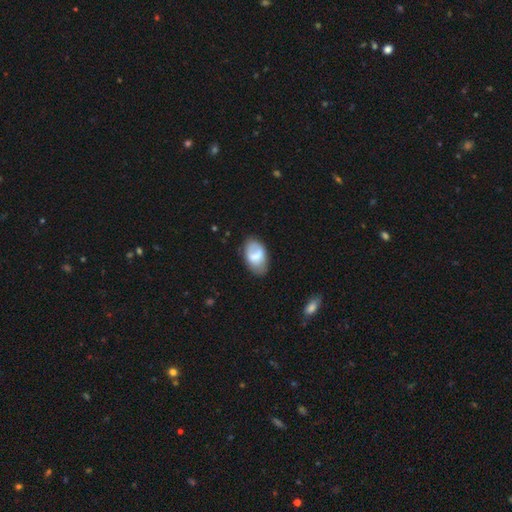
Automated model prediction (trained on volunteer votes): Smooth or featured? Predicted: smooth (p=0.65). How rounded? Predicted: in between (p=0.91). Merging? Predicted: none (p=0.63).